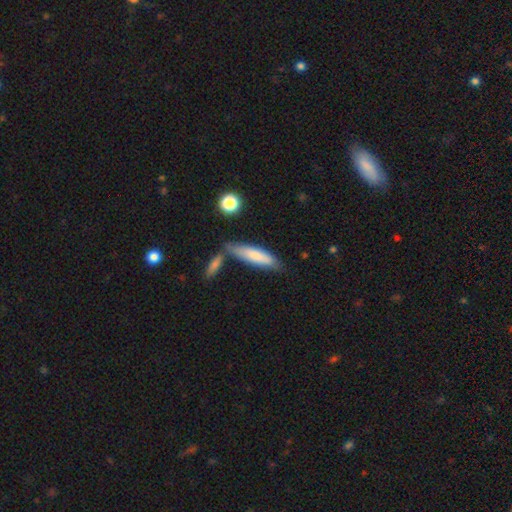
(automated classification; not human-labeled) A smooth galaxy with no disk features (77%) that is cigar-shaped (68%).

Vote fractions:
- Smooth or featured? smooth: 77% / featured or disk: 17% / star or artifact: 6%
- How rounded? cigar-shaped: 68% / in between: 31% / round: 2%
- Merging? none: 57% / merger: 20% / minor disturbance: 18% / major disturbance: 5%